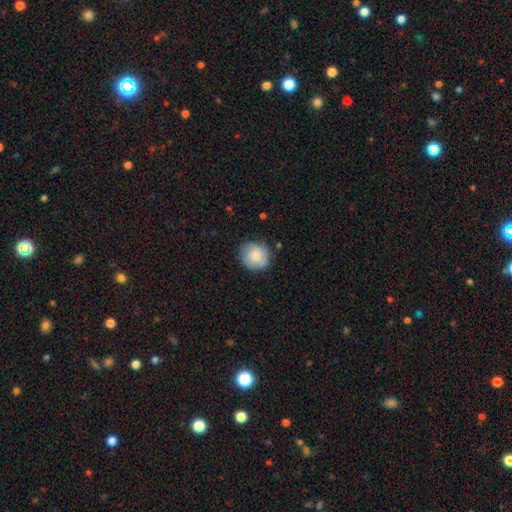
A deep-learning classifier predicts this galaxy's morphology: A smooth galaxy with no disk features (81%) that is round (85%).

Vote fractions:
- Smooth or featured? smooth: 81% / featured or disk: 12% / star or artifact: 7%
- How rounded? round: 85% / in between: 14% / cigar-shaped: 1%
- Merging? none: 78% / minor disturbance: 17% / major disturbance: 4% / merger: 1%